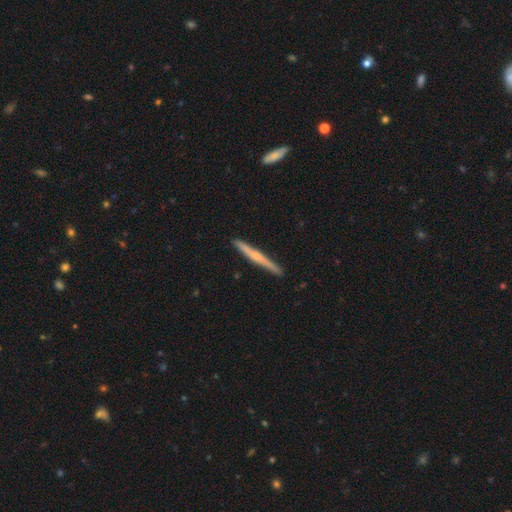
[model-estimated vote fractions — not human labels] This appears to be a featured or disk galaxy (61%) viewed edge-on (98%) with a rounded central bulge (59%). Merging: none (91%).